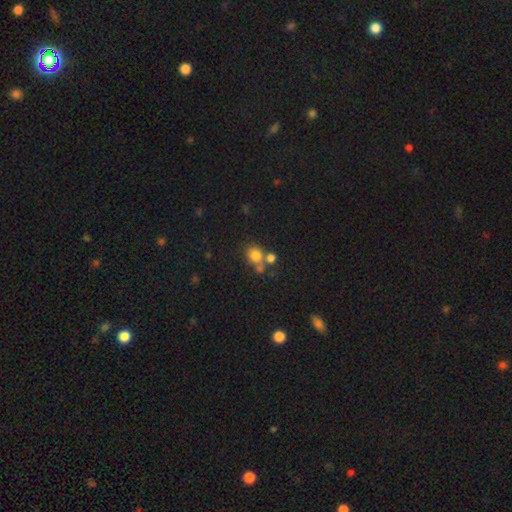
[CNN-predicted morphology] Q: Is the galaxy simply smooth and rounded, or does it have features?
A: smooth — 77%.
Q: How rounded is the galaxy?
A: round — 72%.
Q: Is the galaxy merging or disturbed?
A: none — 52%.